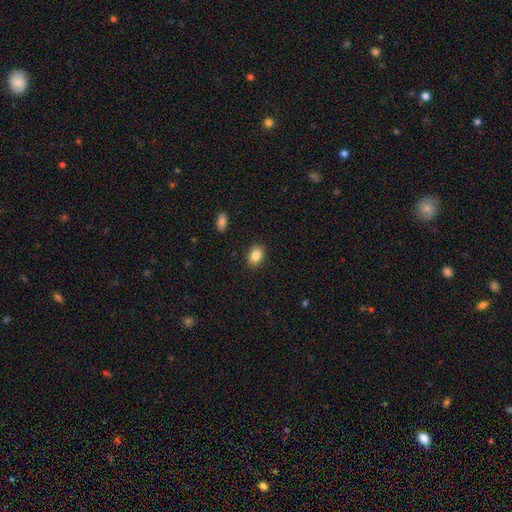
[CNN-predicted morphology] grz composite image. It shows a smooth galaxy with no disk features (85%) that is in between round and cigar-shaped (68%). Merging: none (89%).